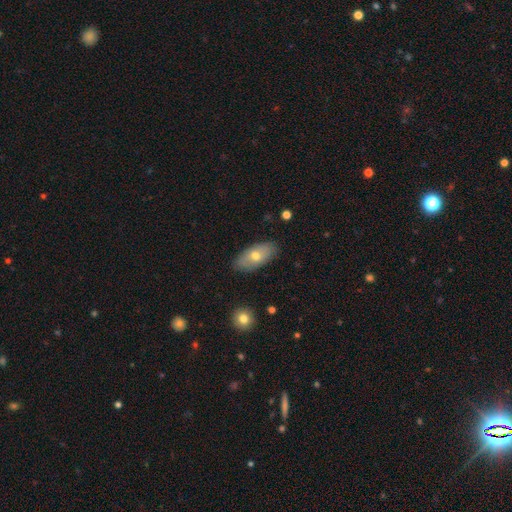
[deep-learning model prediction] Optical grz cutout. It shows a smooth galaxy with no disk features (65%) that is in between round and cigar-shaped (89%). Merging: none (85%).